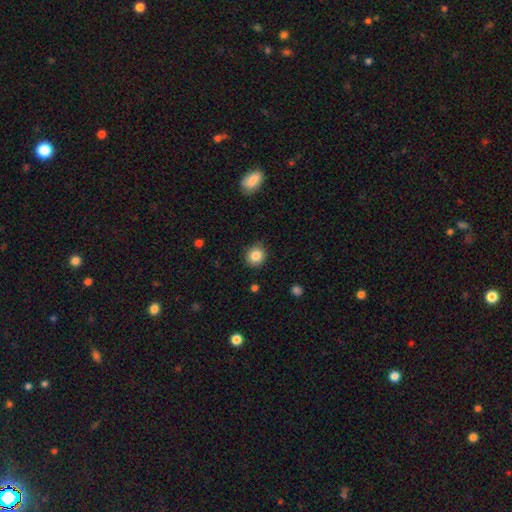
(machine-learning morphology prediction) Smooth or featured? Predicted: smooth (p=0.85). How rounded? Predicted: round (p=0.86). Merging? Predicted: none (p=0.87).